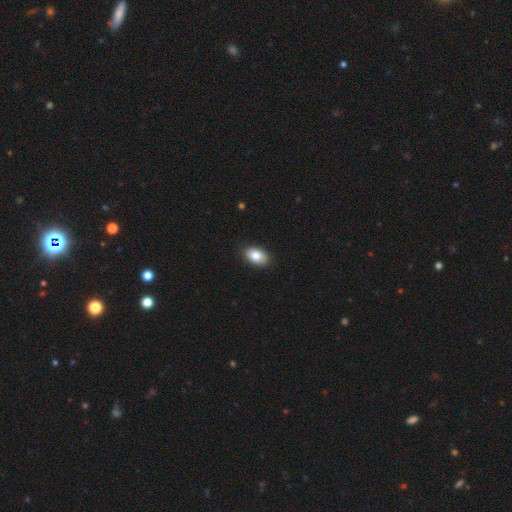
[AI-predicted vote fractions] Morphology: type=smooth (82%); roundness=in between (90%); merging=none (89%).